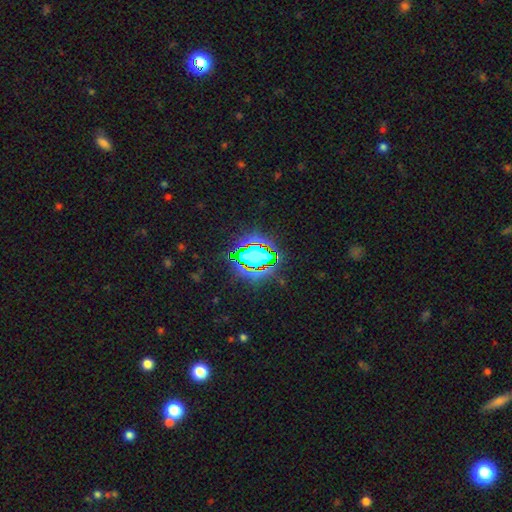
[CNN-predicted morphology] smooth-or-featured: star or artifact: 65% | smooth: 22% | featured or disk: 13%